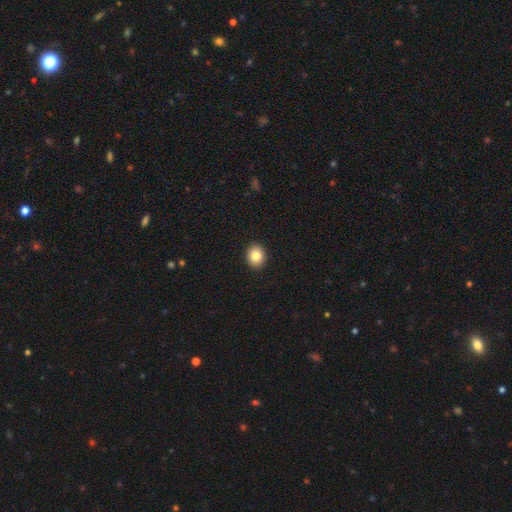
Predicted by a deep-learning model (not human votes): Smooth or featured? Predicted: smooth (p=0.83). How rounded? Predicted: round (p=0.61). Merging? Predicted: none (p=0.92).